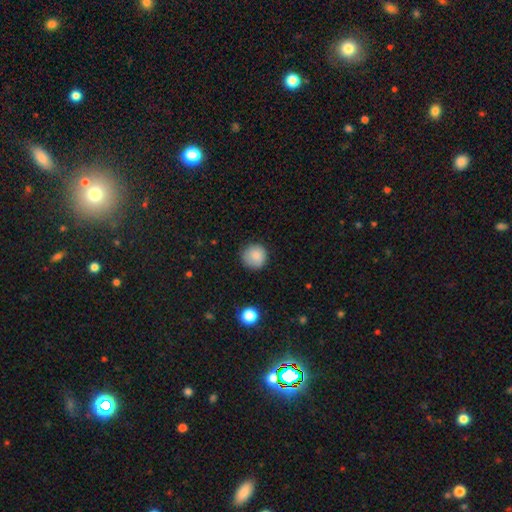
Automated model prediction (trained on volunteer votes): A smooth galaxy with no disk features (85%) that is round (94%).

Vote fractions:
- Smooth or featured? smooth: 85% / star or artifact: 9% / featured or disk: 5%
- How rounded? round: 94% / in between: 5% / cigar-shaped: 1%
- Merging? none: 85% / minor disturbance: 11% / major disturbance: 2% / merger: 1%